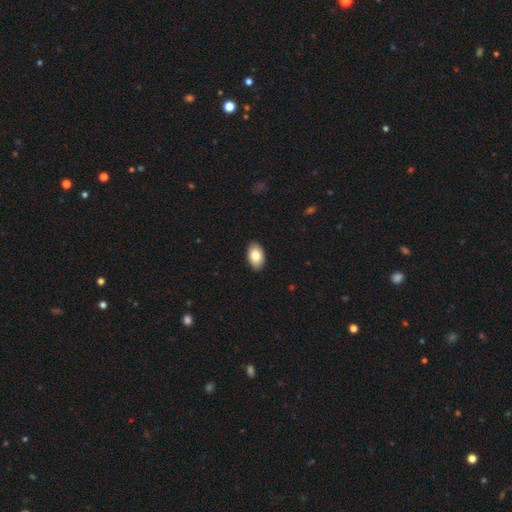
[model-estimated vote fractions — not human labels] Smooth or featured: smooth — 82% (featured or disk — 12%)
How rounded: in between — 92% (round — 7%)
Merging: none — 89% (minor disturbance — 8%)